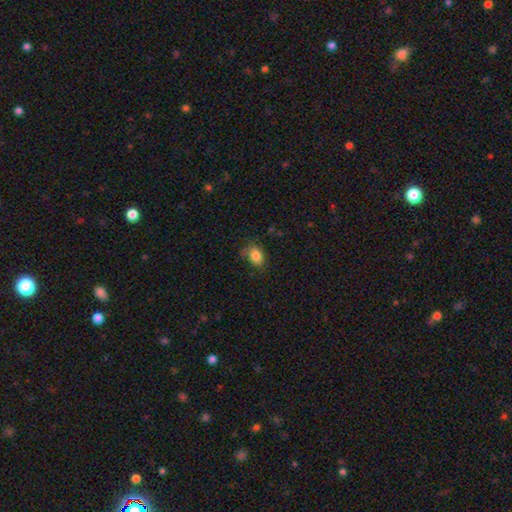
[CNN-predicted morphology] smooth-or-featured: smooth: 84% | star or artifact: 10% | featured or disk: 7%
  how-rounded: in between: 71% | round: 27% | cigar-shaped: 1%
  merging: none: 64% | minor disturbance: 27% | major disturbance: 8% | merger: 2%